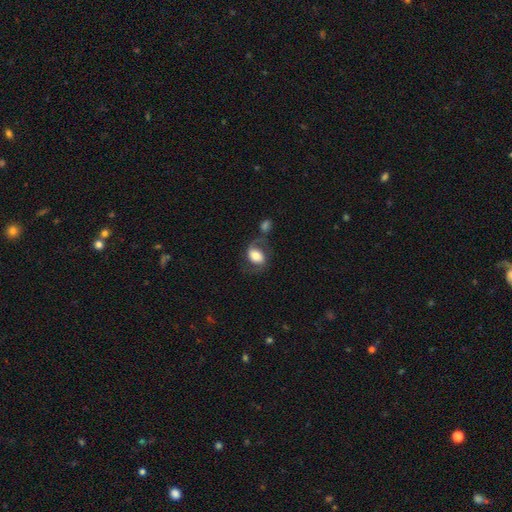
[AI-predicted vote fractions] This is possibly a featured or disk galaxy (49%). Merging: marginally none (44%).